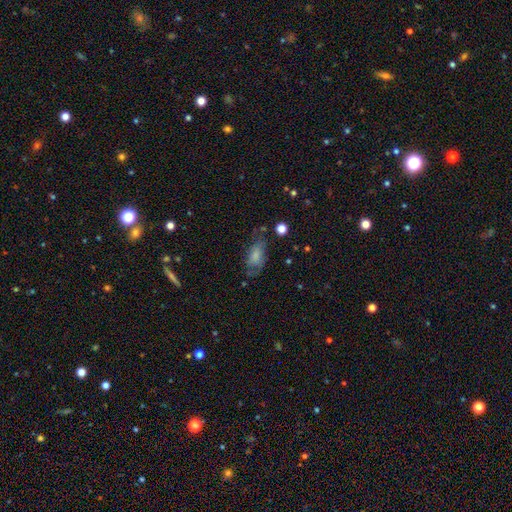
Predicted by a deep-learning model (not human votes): smooth 62%, featured or disk 29%, star or artifact 9%. Down the decision tree: how rounded — in between (88%); merging — none (50%).